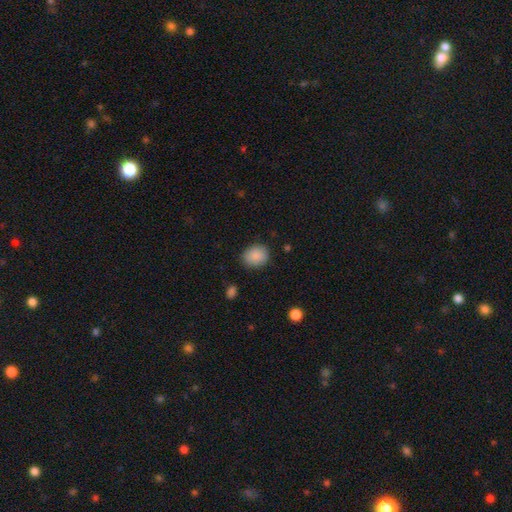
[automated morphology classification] smooth_or_featured: smooth (p=0.88) [alt: star or artifact p=0.08]
how_rounded: round (p=0.62) [alt: in between p=0.37]
merging: none (p=0.85) [alt: minor disturbance p=0.11]